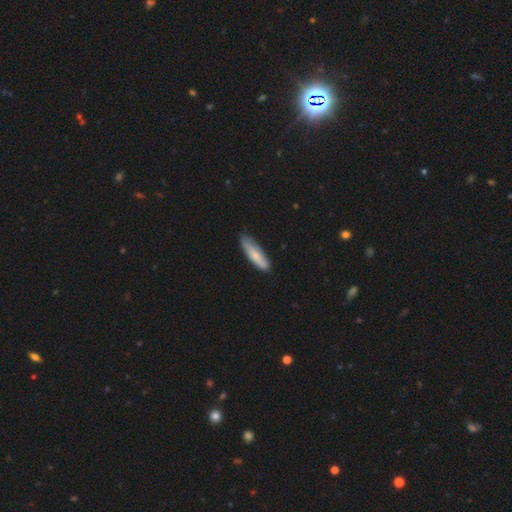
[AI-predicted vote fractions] smooth-or-featured: smooth: 77% | featured or disk: 18% | star or artifact: 5%
  how-rounded: cigar-shaped: 71% | in between: 27% | round: 1%
  merging: none: 77% | minor disturbance: 18% | major disturbance: 3% | merger: 1%